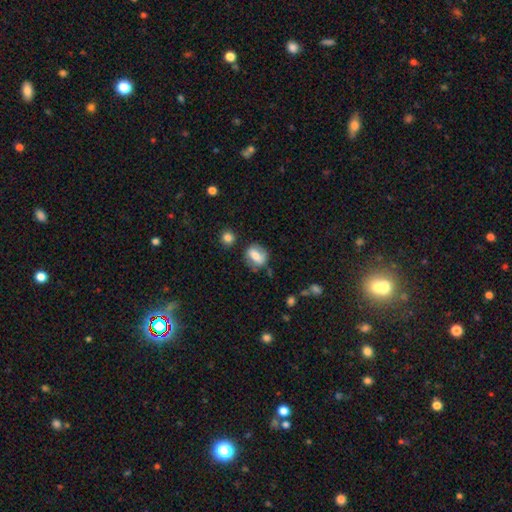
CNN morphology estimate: A smooth galaxy with no disk features (63%) that is in between round and cigar-shaped (56%). Merging: none (68%).